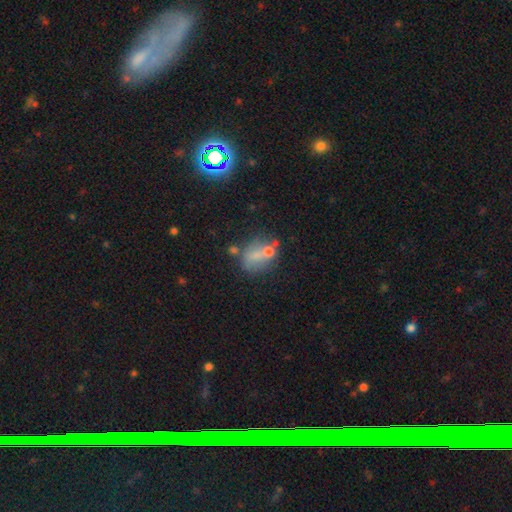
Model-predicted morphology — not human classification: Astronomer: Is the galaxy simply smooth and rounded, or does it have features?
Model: smooth — 58%.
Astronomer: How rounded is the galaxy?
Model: in between — 60% (runner-up: round, 38%).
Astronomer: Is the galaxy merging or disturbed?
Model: none — 35% (runner-up: merger, 28%).